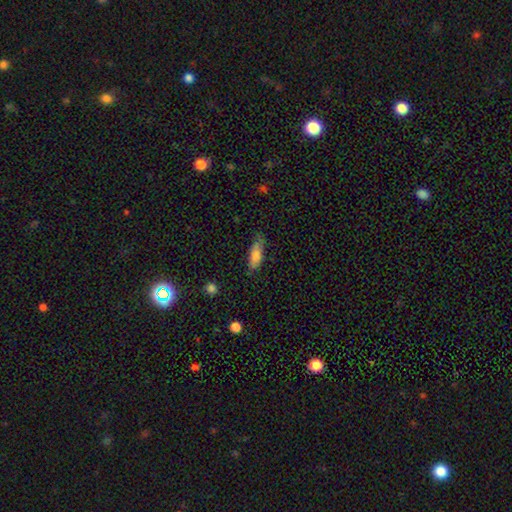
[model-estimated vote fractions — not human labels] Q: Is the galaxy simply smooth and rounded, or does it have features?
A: smooth — 78%.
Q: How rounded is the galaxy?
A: in between — 68%.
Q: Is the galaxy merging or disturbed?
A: none — 65%.